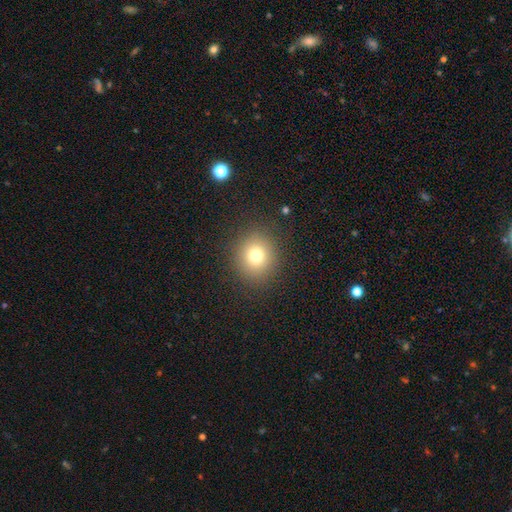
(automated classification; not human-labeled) Q: Smooth or featured?
A: smooth (75%); runner-up: star or artifact (15%)
Q: How rounded?
A: round (86%); runner-up: in between (13%)
Q: Merging?
A: none (89%); runner-up: minor disturbance (7%)